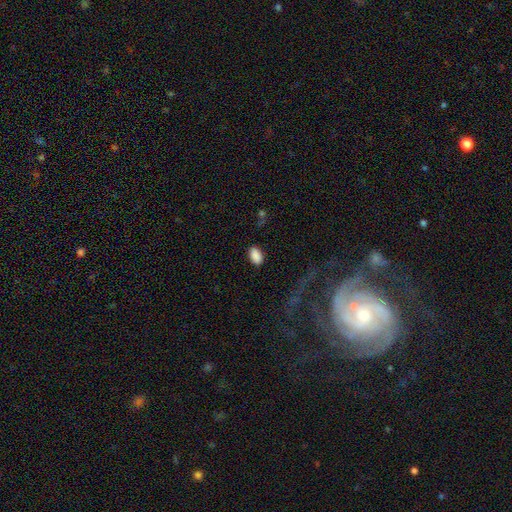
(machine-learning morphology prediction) A smooth galaxy with no disk features (88%) that is in between round and cigar-shaped (93%). Merging: none (84%).